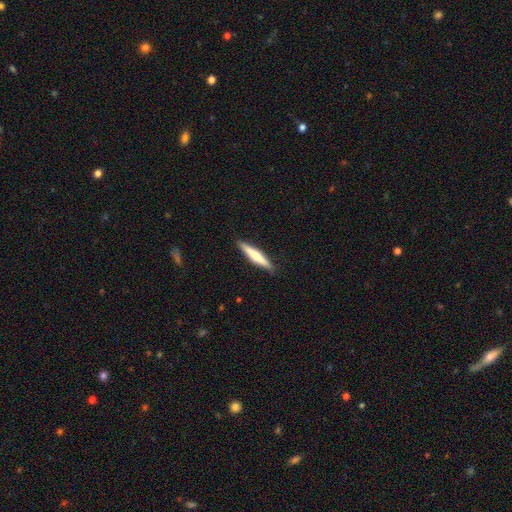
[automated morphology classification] smooth_or_featured: smooth (p=0.60) [alt: featured or disk p=0.35]
how_rounded: cigar-shaped (p=0.91) [alt: in between p=0.08]
merging: none (p=0.90) [alt: minor disturbance p=0.07]